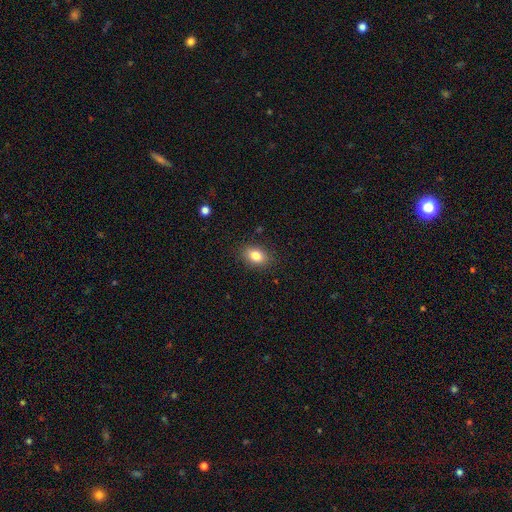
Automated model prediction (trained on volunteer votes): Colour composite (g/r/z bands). It shows a smooth galaxy with no disk features (82%) that is in between round and cigar-shaped (78%). Merging: none (87%).